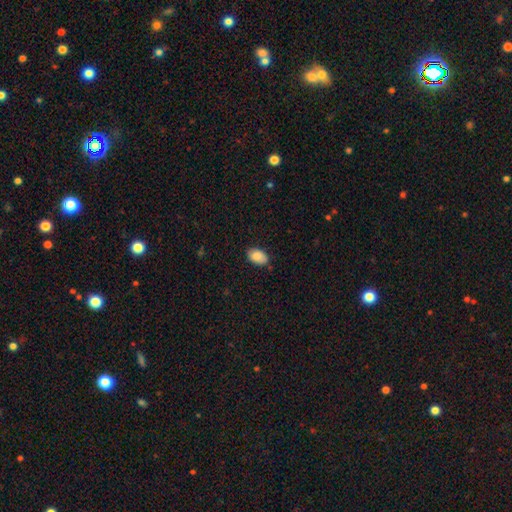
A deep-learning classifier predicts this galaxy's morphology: This is clearly a smooth galaxy (87%). How rounded: clearly in between (91%). Merging: likely none (80%).